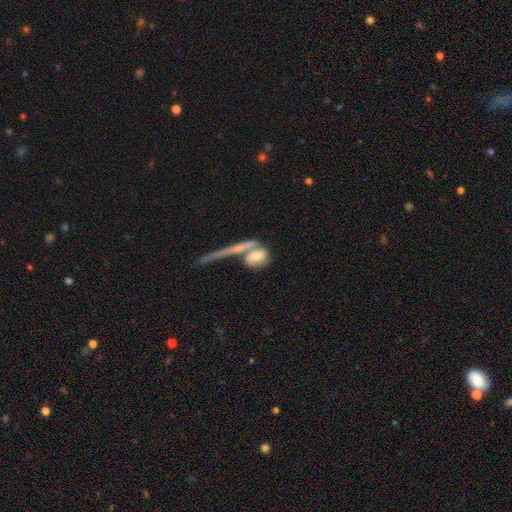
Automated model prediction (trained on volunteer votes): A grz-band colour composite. It shows a smooth galaxy with no disk features (53%) that is in between round and cigar-shaped (46%). Merging: merger (39%).